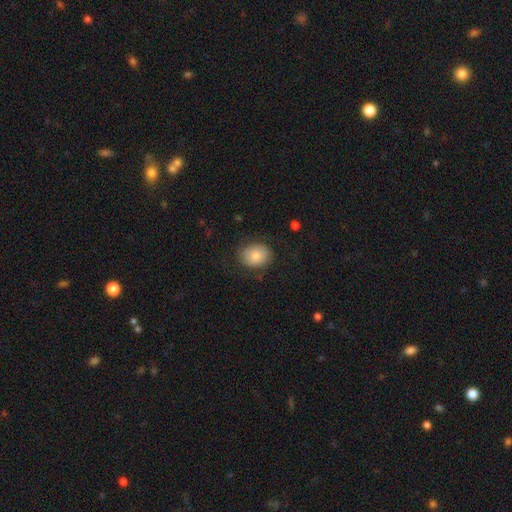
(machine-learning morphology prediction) Overall: smooth (78%). How rounded: round (51%; in between 48%). Merging: none (79%).